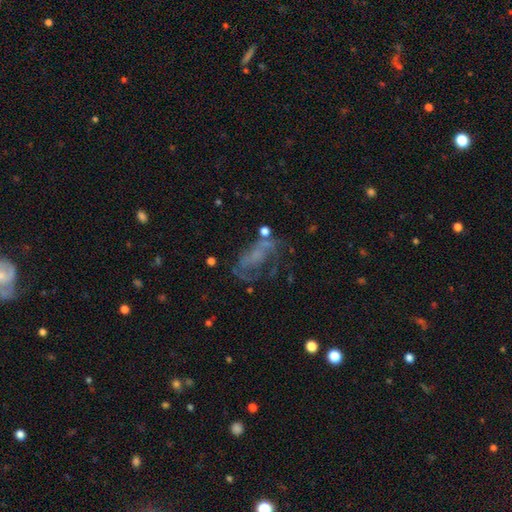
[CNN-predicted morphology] featured or disk 52%, smooth 28%, star or artifact 20%. Down the decision tree: edge-on disk — no (93%); merging — major disturbance (36%, tied with none).